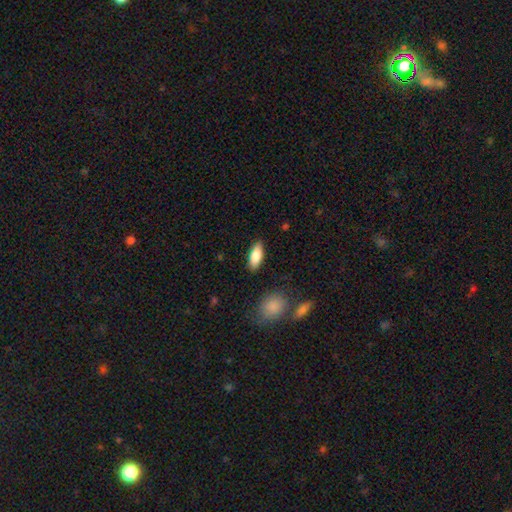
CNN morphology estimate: This appears to be a smooth galaxy with no disk features (85%) that is in between round and cigar-shaped (80%). Merging: none (86%).